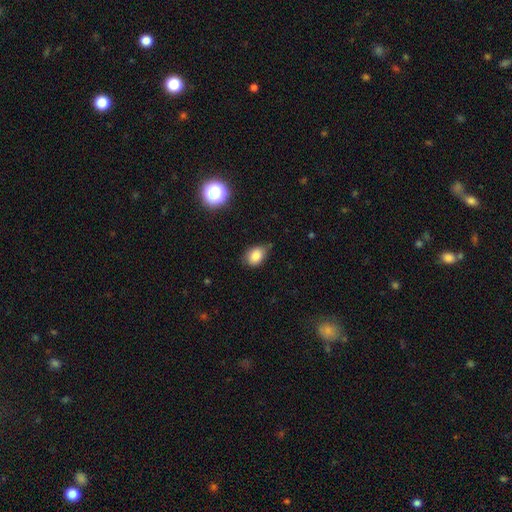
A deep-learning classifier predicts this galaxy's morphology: The model was most divided on "merging": none: 66%, minor disturbance: 28%, major disturbance: 4%, merger: 2%. More confident: smooth or featured — smooth (83%); how rounded — in between (70%).